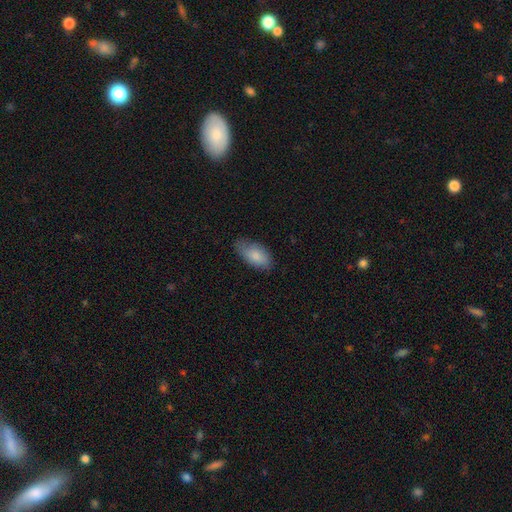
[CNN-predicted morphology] This is clearly a smooth galaxy (84%). How rounded: clearly in between (93%). Merging: likely none (68%).